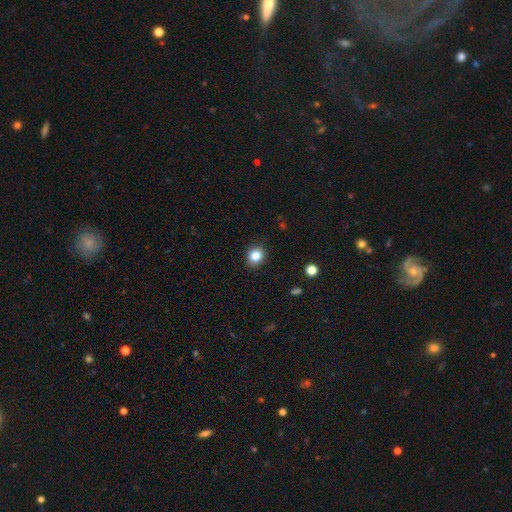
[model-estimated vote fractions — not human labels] Q: Smooth or featured?
A: smooth (84%); runner-up: star or artifact (11%)
Q: How rounded?
A: round (67%); runner-up: in between (32%)
Q: Merging?
A: none (90%); runner-up: minor disturbance (7%)